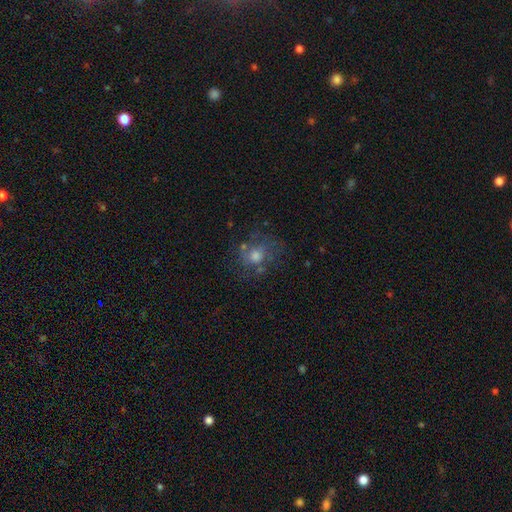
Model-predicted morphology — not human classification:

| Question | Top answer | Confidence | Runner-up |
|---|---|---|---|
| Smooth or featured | featured or disk | 44% | smooth (39%) |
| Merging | none | 61% | minor disturbance (19%) |